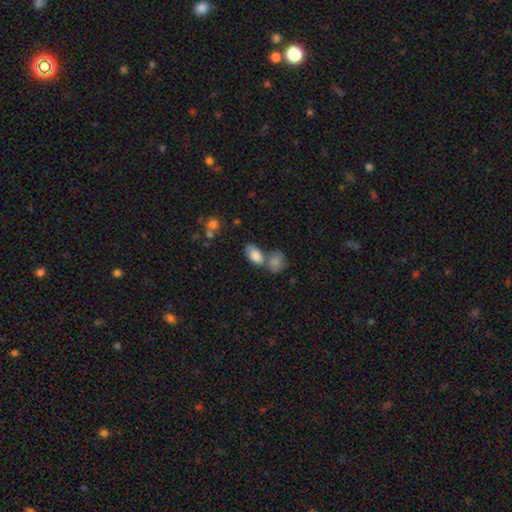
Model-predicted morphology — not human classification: Smooth or featured? Predicted: smooth (p=0.84). How rounded? Predicted: in between (p=0.92). Merging? Predicted: merger (p=0.43).